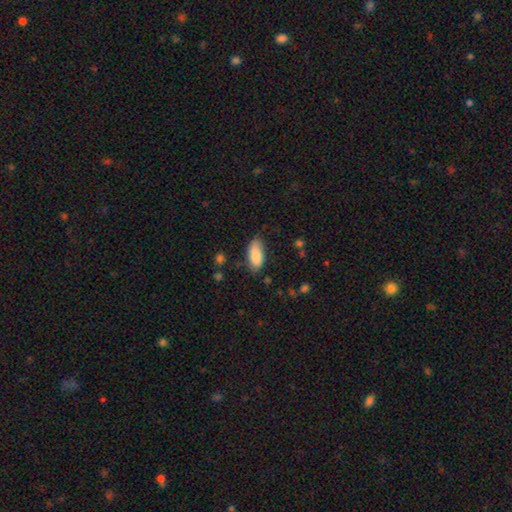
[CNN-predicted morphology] Overall: smooth (83%). How rounded: in between (89%). Merging: none (70%).